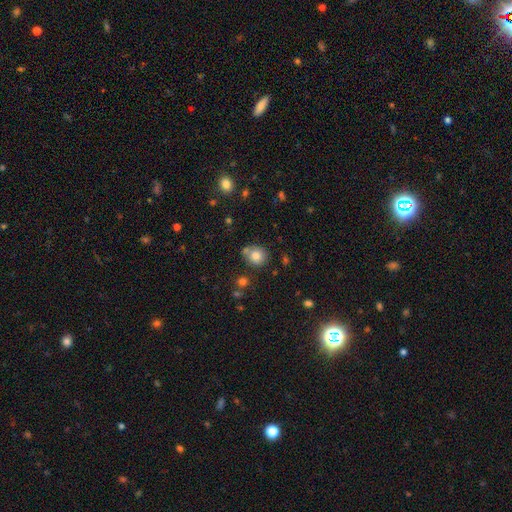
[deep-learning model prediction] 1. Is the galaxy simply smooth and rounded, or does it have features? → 81% smooth, 11% star or artifact, 8% featured or disk.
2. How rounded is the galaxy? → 83% round, 16% in between, 1% cigar-shaped.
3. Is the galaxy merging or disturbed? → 68% none, 15% merger, 14% minor disturbance, 4% major disturbance.